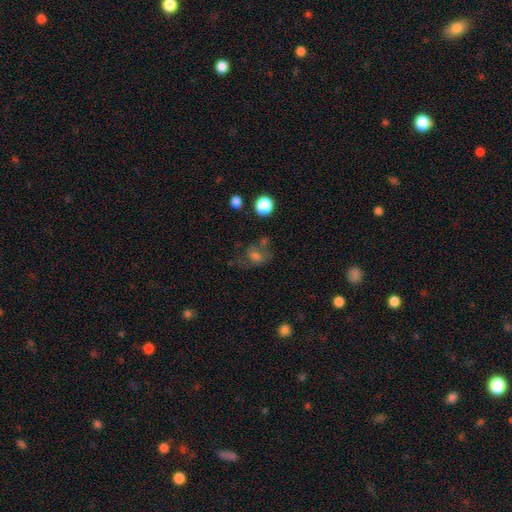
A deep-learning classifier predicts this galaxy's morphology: The model was most divided on "how rounded": in between: 61%, round: 37%, cigar-shaped: 2%. Remaining: smooth or featured — smooth (53%); merging — none (46%).